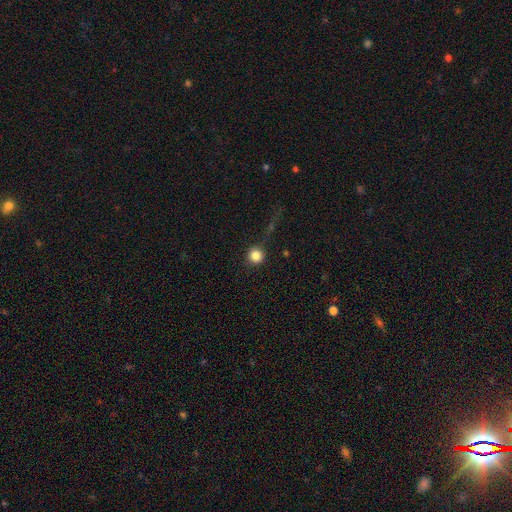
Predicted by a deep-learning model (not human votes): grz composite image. It shows a smooth galaxy with no disk features (84%) that is round (95%). Merging: none (80%).